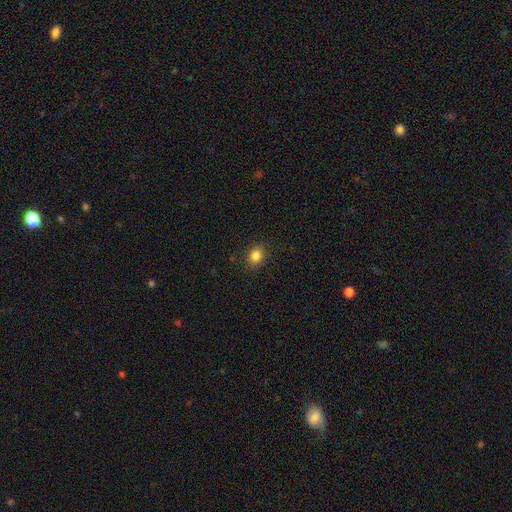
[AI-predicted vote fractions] This appears to be a smooth galaxy with no disk features (84%) that is round (65%). Merging: none (89%).